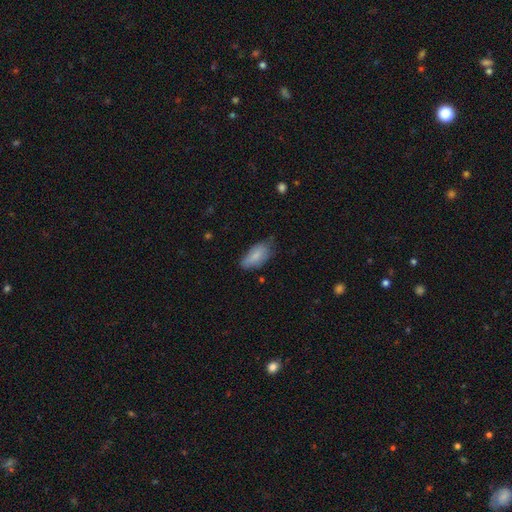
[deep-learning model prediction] Smooth or featured? smooth (82%)
How rounded? in between (88%)
Merging? none (55%)